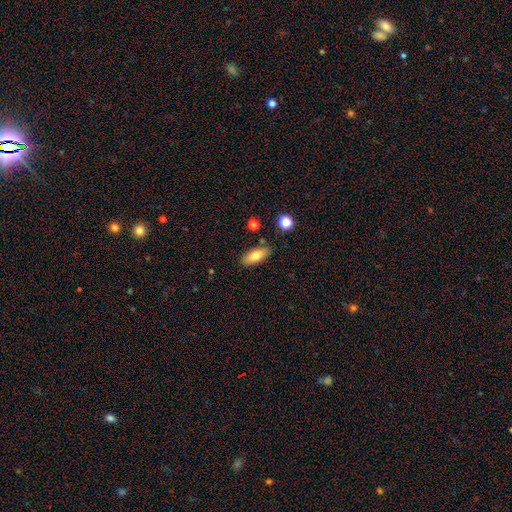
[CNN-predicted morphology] type=smooth (75%); roundness=in between (77%); merging=none (82%).